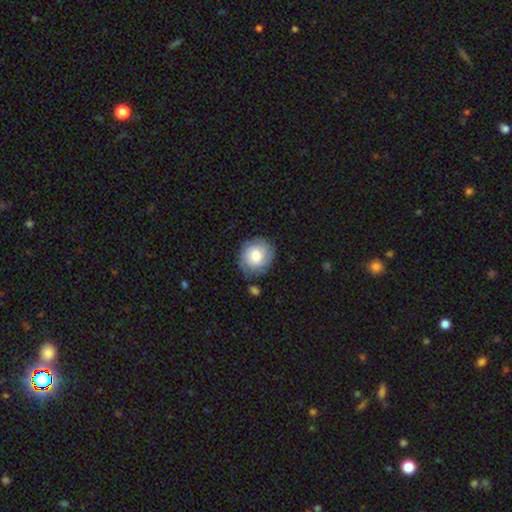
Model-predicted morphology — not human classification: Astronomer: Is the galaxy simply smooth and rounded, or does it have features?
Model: smooth — 59% (runner-up: featured or disk, 34%).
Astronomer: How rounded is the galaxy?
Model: round — 78%.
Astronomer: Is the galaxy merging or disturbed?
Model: none — 76%.